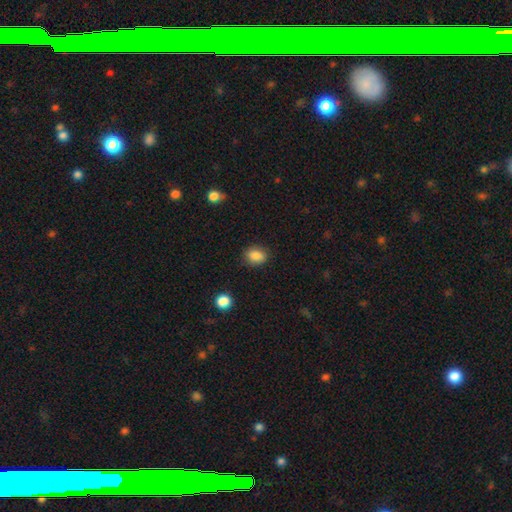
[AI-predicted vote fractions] Smooth or featured? smooth (86%)
How rounded? in between (53%)
Merging? none (84%)